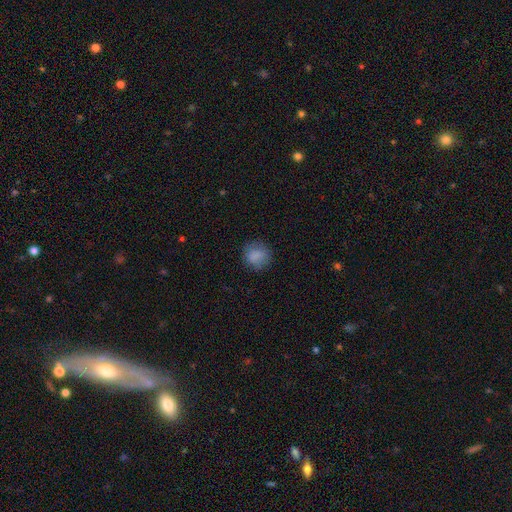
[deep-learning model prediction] A smooth galaxy with no disk features (84%) that is round (82%). Merging: none (78%).